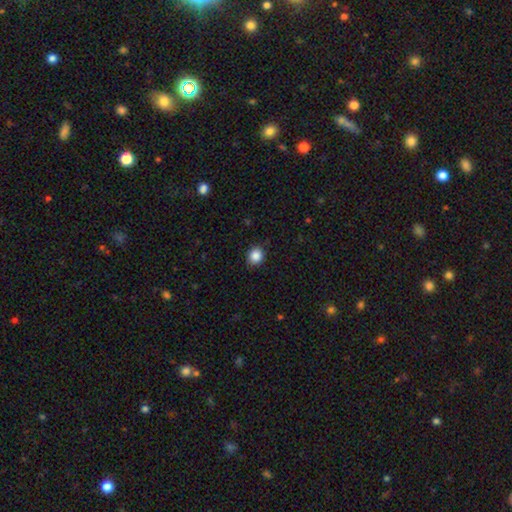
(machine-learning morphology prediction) Smooth or featured: smooth — 87% (star or artifact — 10%)
How rounded: round — 77% (in between — 22%)
Merging: none — 88% (minor disturbance — 9%)